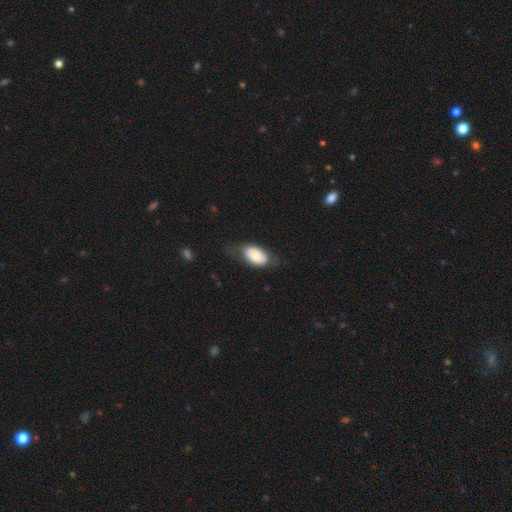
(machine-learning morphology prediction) The model was most divided on "smooth or featured": smooth: 62%, featured or disk: 32%, star or artifact: 6%. More confident: how rounded — in between (91%); merging — none (60%).